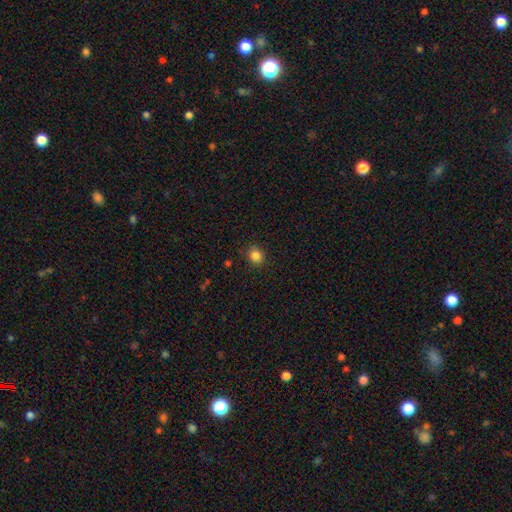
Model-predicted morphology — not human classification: Smooth or featured: smooth — 85% (star or artifact — 11%)
How rounded: round — 79% (in between — 20%)
Merging: none — 87% (minor disturbance — 10%)